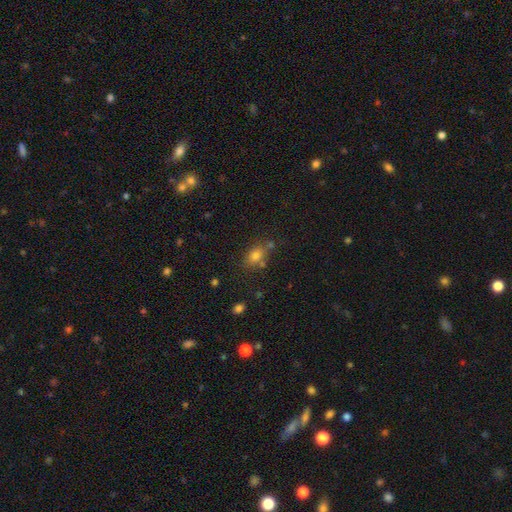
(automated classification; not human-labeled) smooth 74%, star or artifact 16%, featured or disk 10%. Down the decision tree: how rounded — in between (66%); merging — none (65%).